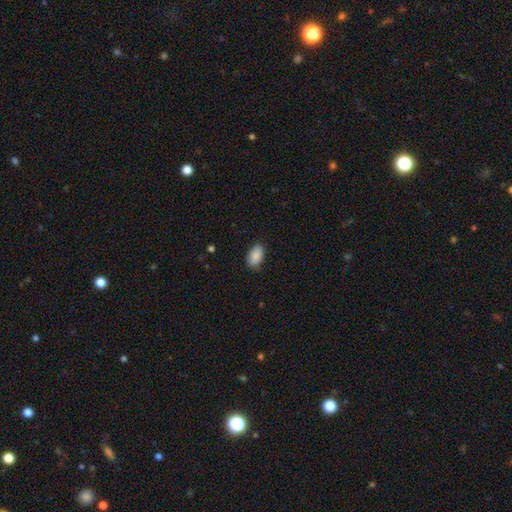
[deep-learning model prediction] Smooth or featured?
  - smooth: 89% *
  - star or artifact: 7%
  - featured or disk: 5%
How rounded?
  - in between: 93% *
  - round: 6%
  - cigar-shaped: 2%
Merging?
  - none: 85% *
  - minor disturbance: 12%
  - major disturbance: 2%
  - merger: 1%